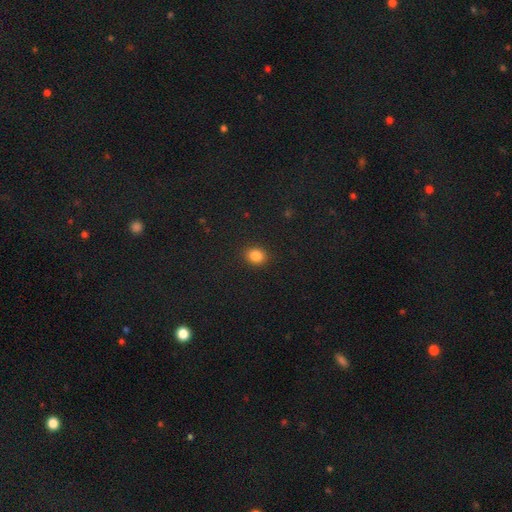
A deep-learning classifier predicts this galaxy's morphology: type=smooth (85%); roundness=round (61%); merging=none (89%).